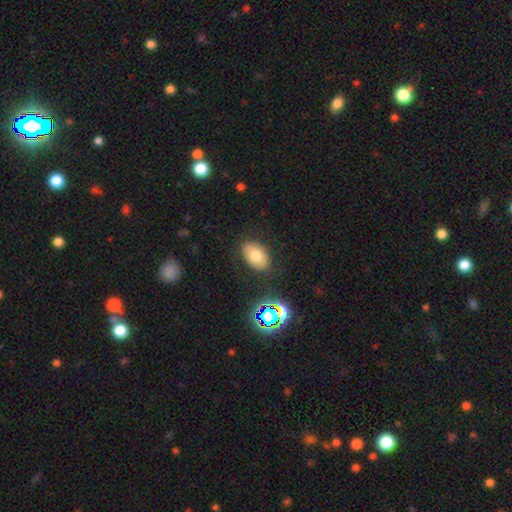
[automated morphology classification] Smooth or featured? smooth (73%)
How rounded? in between (86%)
Merging? none (83%)